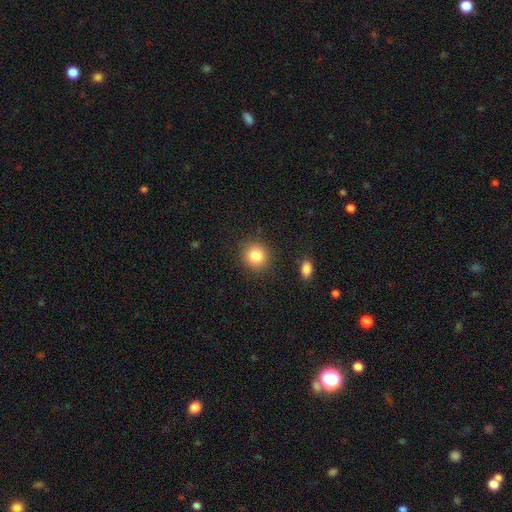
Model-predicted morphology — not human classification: smooth_or_featured: smooth (p=0.84) [alt: star or artifact p=0.10]
how_rounded: round (p=0.86) [alt: in between p=0.13]
merging: none (p=0.87) [alt: minor disturbance p=0.08]